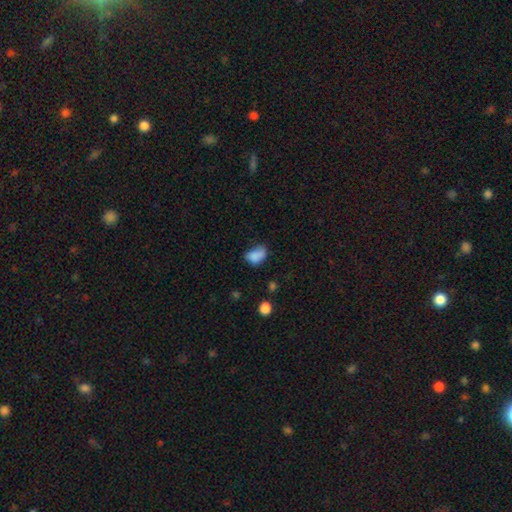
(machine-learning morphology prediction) Overall: smooth (81%). How rounded: in between (83%). Merging: none (41%; minor disturbance 38%).